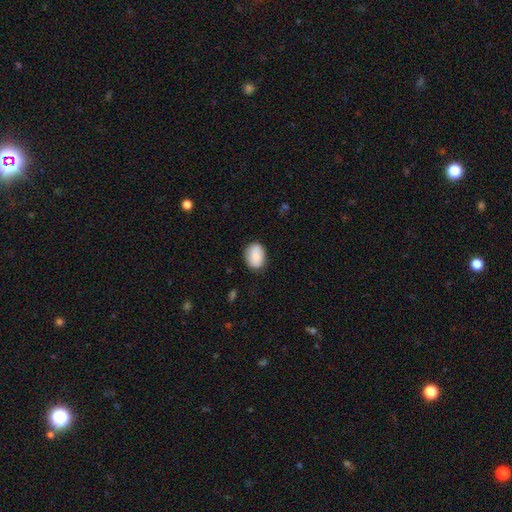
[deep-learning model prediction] Smooth or featured: smooth — 87% (star or artifact — 7%)
How rounded: in between — 75% (round — 24%)
Merging: none — 82% (minor disturbance — 14%)